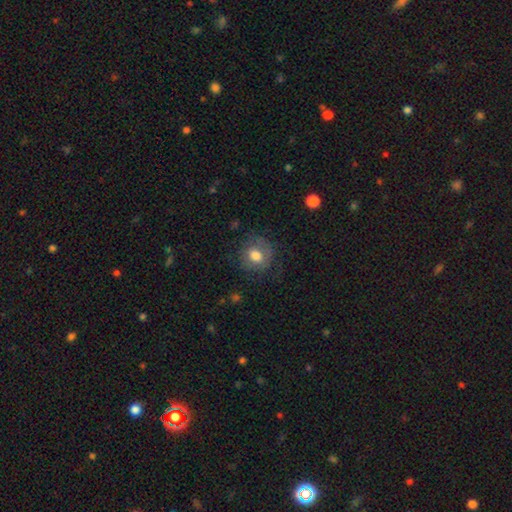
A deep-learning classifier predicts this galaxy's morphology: Smooth or featured? Predicted: smooth (p=0.67). How rounded? Predicted: round (p=0.77). Merging? Predicted: none (p=0.67).